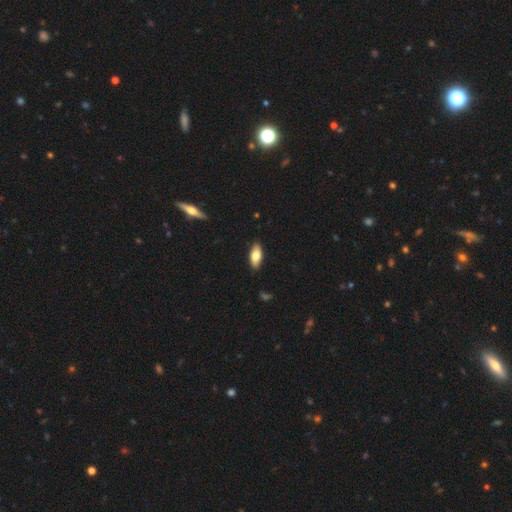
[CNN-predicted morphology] smooth 75%, featured or disk 19%, star or artifact 6%. Down the decision tree: how rounded — in between (84%); merging — none (87%).